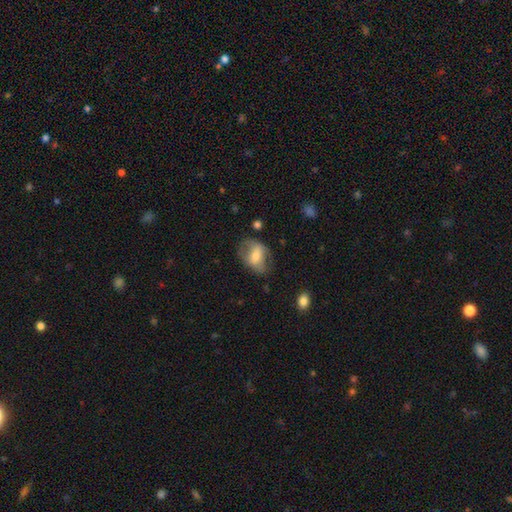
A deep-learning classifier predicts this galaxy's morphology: Overall: smooth (55%; featured or disk 38%). How rounded: in between (75%). Merging: none (58%; minor disturbance 25%).